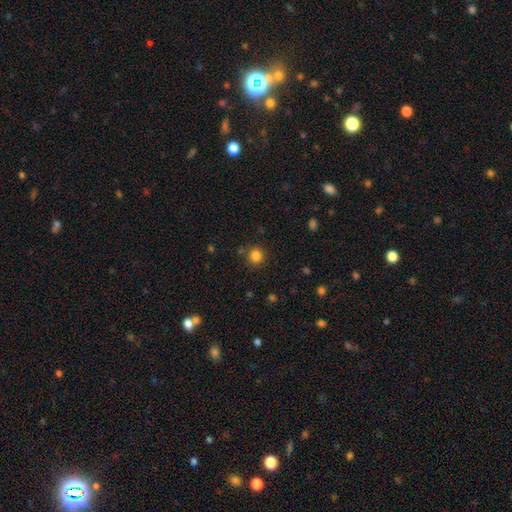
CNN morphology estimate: smooth-or-featured: smooth: 83% | star or artifact: 13% | featured or disk: 5%
  how-rounded: round: 92% | in between: 7% | cigar-shaped: 1%
  merging: none: 85% | minor disturbance: 8% | merger: 4% | major disturbance: 3%